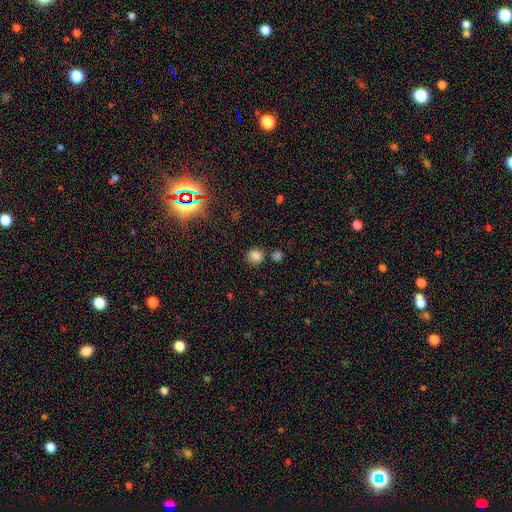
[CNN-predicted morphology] smooth_or_featured: smooth (p=0.79) [alt: star or artifact p=0.15]
how_rounded: round (p=0.76) [alt: in between p=0.23]
merging: none (p=0.75) [alt: minor disturbance p=0.12]